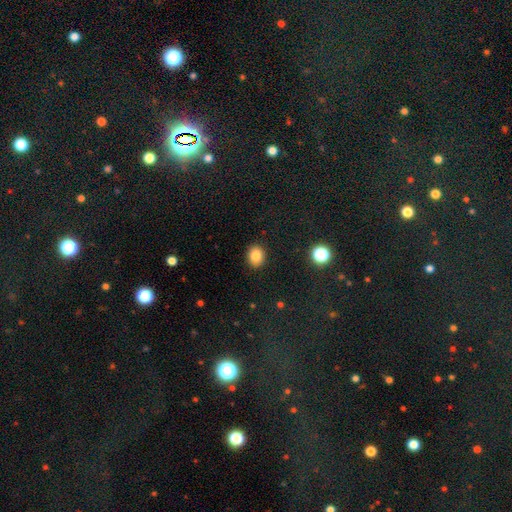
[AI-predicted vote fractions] A smooth galaxy with no disk features (83%) that is round (56%). Merging: none (90%).